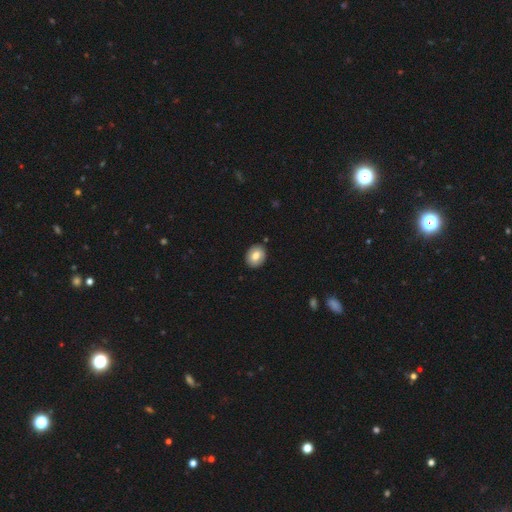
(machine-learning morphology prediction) smooth 76%, featured or disk 16%, star or artifact 8%. Down the decision tree: how rounded — in between (50%); merging — none (89%).